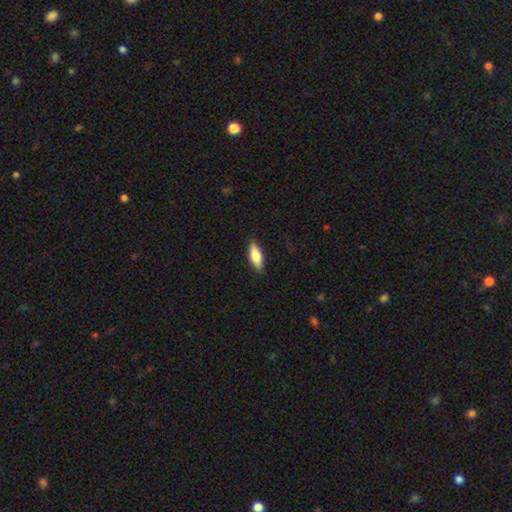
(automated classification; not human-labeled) Smooth or featured?
  - smooth: 75% *
  - featured or disk: 19%
  - star or artifact: 6%
How rounded?
  - in between: 66% *
  - cigar-shaped: 31%
  - round: 2%
Merging?
  - none: 86% *
  - minor disturbance: 11%
  - major disturbance: 2%
  - merger: 1%